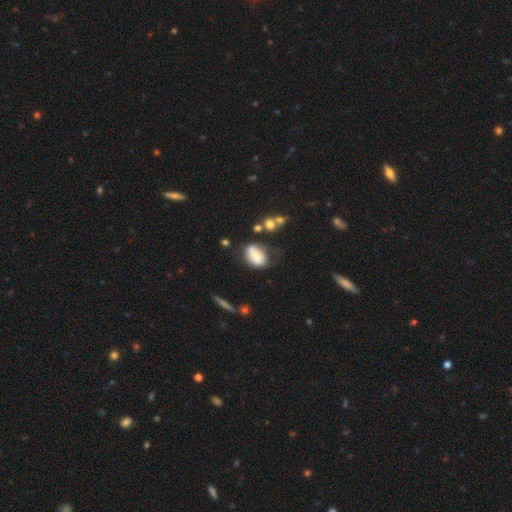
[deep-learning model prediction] Overall: smooth (62%; featured or disk 30%). How rounded: in between (79%). Merging: none (50%; minor disturbance 28%).